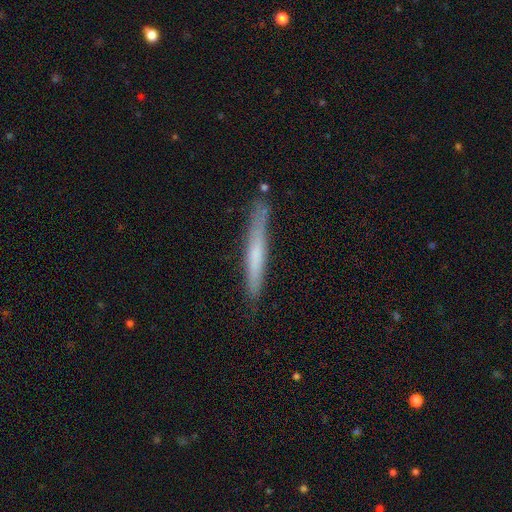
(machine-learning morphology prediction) The model was most divided on "smooth or featured": smooth: 56%, featured or disk: 39%, star or artifact: 6%. More confident: how rounded — cigar-shaped (96%); merging — none (82%).